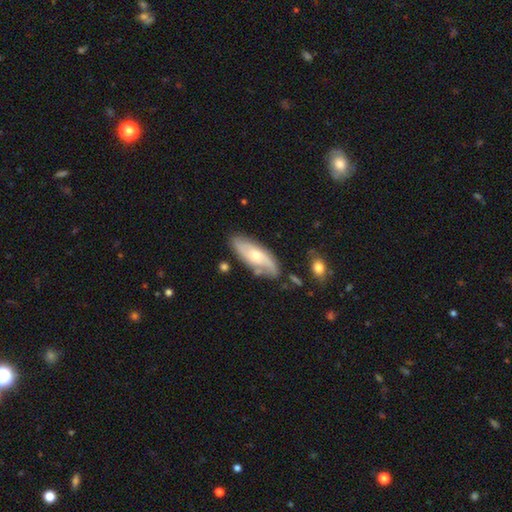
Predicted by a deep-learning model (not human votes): smooth-or-featured: featured or disk: 60% | smooth: 34% | star or artifact: 6%
  disk-edge-on: no: 81% | yes: 19%
  merging: none: 73% | minor disturbance: 18% | major disturbance: 5% | merger: 4%